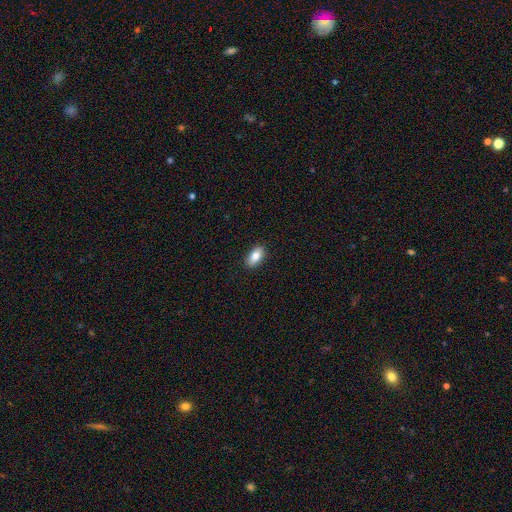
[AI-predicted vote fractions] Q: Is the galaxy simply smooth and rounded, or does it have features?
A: smooth — 83%.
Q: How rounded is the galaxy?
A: in between — 91%.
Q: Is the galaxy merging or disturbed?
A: none — 89%.